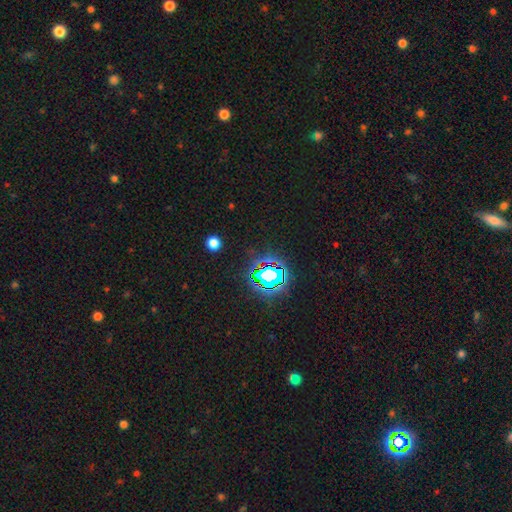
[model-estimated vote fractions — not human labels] A star or artifact, not a galaxy (81%).

Vote fractions:
- Smooth or featured? star or artifact: 81% / smooth: 12% / featured or disk: 7%